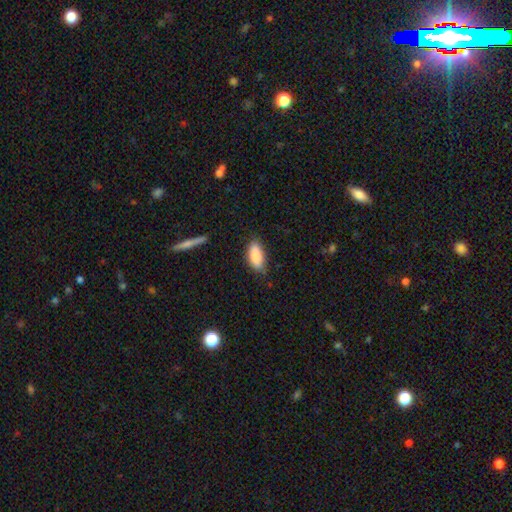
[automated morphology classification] Q: Smooth or featured?
A: smooth (87%); runner-up: featured or disk (7%)
Q: How rounded?
A: in between (87%); runner-up: cigar-shaped (11%)
Q: Merging?
A: none (74%); runner-up: minor disturbance (21%)